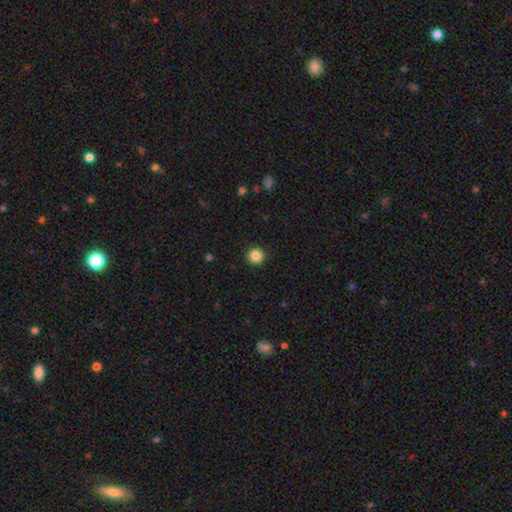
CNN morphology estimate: Q: Smooth or featured?
A: smooth (86%); runner-up: star or artifact (11%)
Q: How rounded?
A: round (95%); runner-up: in between (4%)
Q: Merging?
A: none (92%); runner-up: minor disturbance (5%)